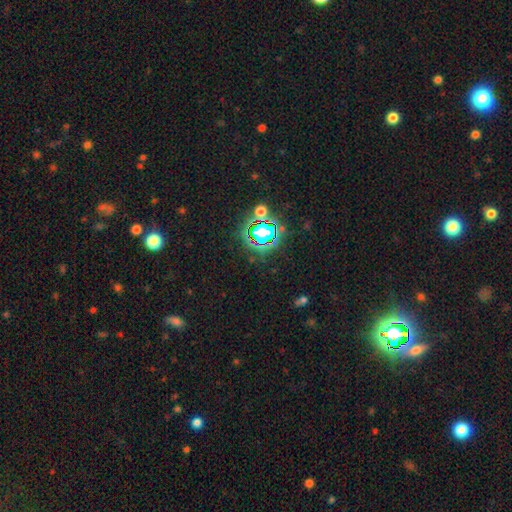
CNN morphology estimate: smooth-or-featured: star or artifact: 80% | smooth: 12% | featured or disk: 7%